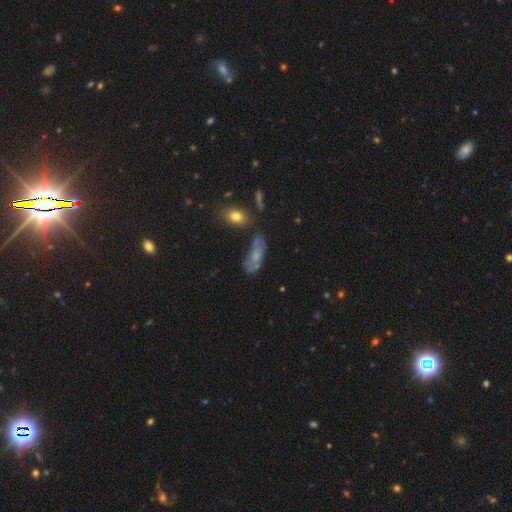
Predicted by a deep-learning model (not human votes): Overall: smooth (47%; featured or disk 39%). Merging: none (47%; minor disturbance 24%).